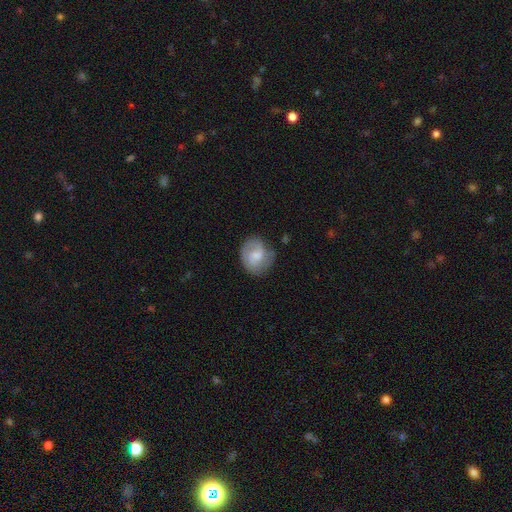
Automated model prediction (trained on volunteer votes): Morphology: type=featured or disk (51%); edge-on=no (97%); bar=weak (49%); spiral arms=yes (83%); bulge=moderate (37%); merging=none (66%).